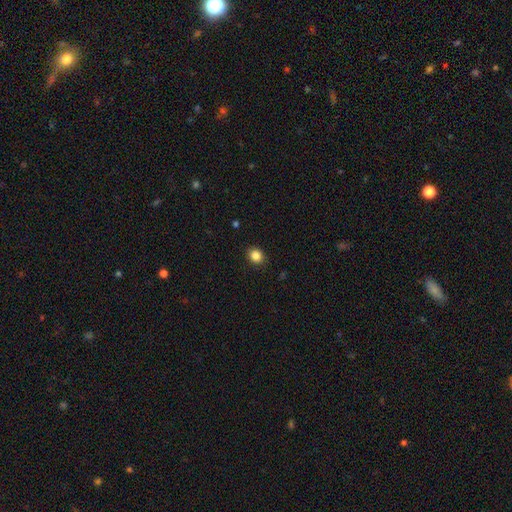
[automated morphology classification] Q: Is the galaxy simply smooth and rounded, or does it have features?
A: smooth — 85%.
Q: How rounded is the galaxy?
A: round — 67%.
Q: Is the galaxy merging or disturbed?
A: none — 91%.